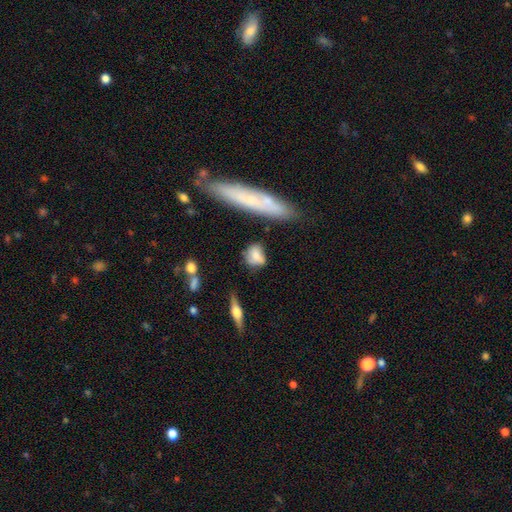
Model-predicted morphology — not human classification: Smooth or featured?
  - smooth: 74% *
  - featured or disk: 18%
  - star or artifact: 8%
How rounded?
  - in between: 48% *
  - round: 45%
  - cigar-shaped: 7%
Merging?
  - none: 65% *
  - minor disturbance: 23%
  - major disturbance: 6%
  - merger: 6%